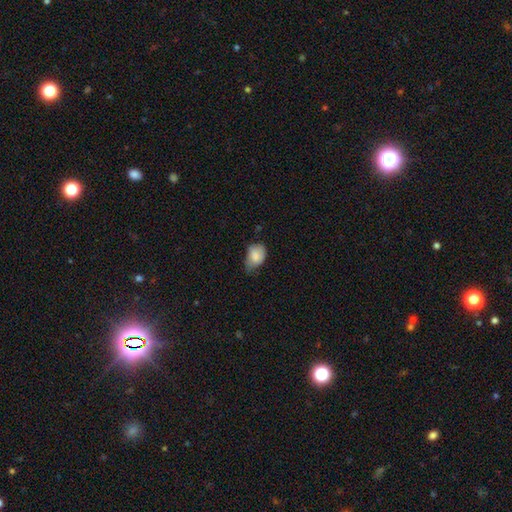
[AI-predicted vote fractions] Smooth or featured: smooth — 80% (featured or disk — 13%)
How rounded: in between — 76% (round — 23%)
Merging: minor disturbance — 46% (none — 38%)